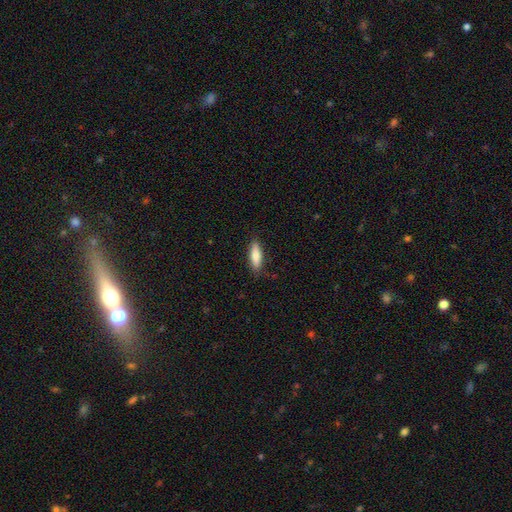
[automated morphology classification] This is clearly a smooth galaxy (80%). How rounded: possibly cigar-shaped (56%). Merging: clearly none (87%).